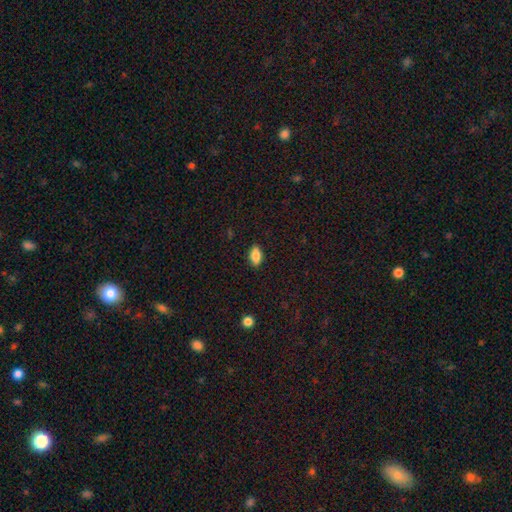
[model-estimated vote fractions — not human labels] smooth-or-featured: smooth: 86% | star or artifact: 8% | featured or disk: 6%
  how-rounded: in between: 90% | cigar-shaped: 5% | round: 4%
  merging: none: 88% | minor disturbance: 9% | major disturbance: 2% | merger: 1%